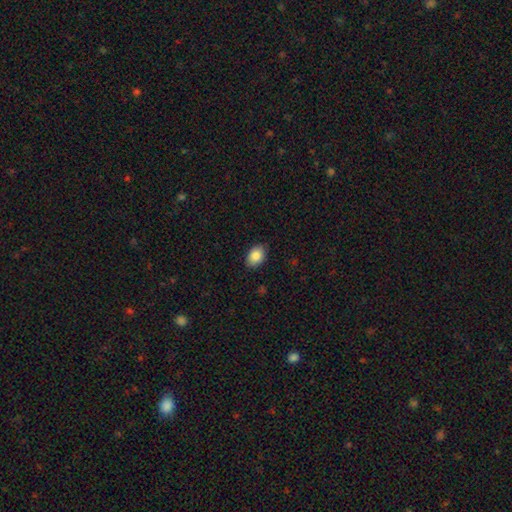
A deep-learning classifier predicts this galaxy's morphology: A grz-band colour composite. It shows a smooth galaxy with no disk features (86%) that is in between round and cigar-shaped (82%). Merging: none (87%).